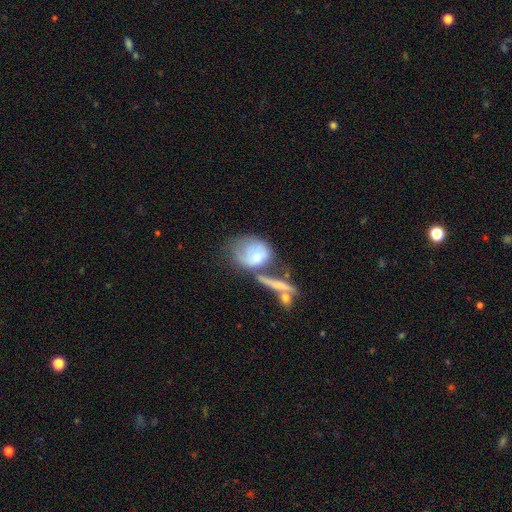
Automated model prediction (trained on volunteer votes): The model was most divided on "how rounded": in between: 53%, round: 43%, cigar-shaped: 4%. Remaining: smooth or featured — smooth (55%); merging — merger (37%).